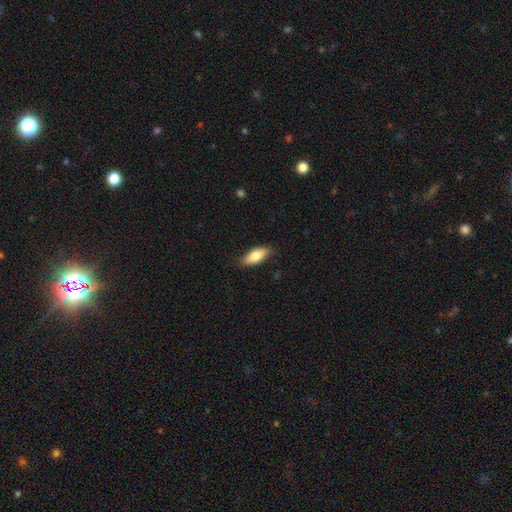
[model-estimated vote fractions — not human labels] Morphology: type=smooth (79%); roundness=in between (81%); merging=none (80%).